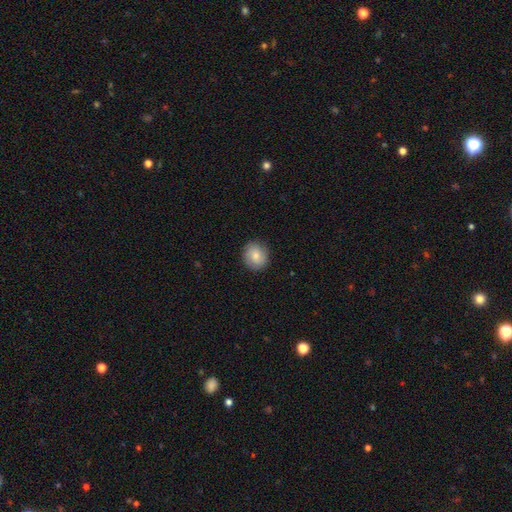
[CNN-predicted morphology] Smooth or featured?
  - smooth: 79% *
  - featured or disk: 13%
  - star or artifact: 7%
How rounded?
  - round: 82% *
  - in between: 17%
  - cigar-shaped: 1%
Merging?
  - none: 87% *
  - minor disturbance: 9%
  - major disturbance: 2%
  - merger: 1%